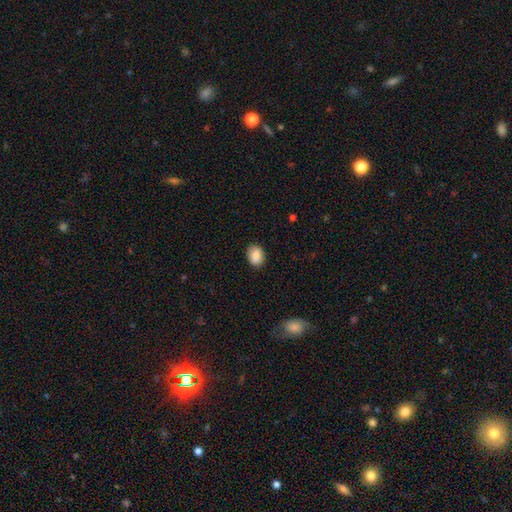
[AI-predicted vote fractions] This is clearly a smooth galaxy (86%). How rounded: likely in between (66%). Merging: clearly none (86%).